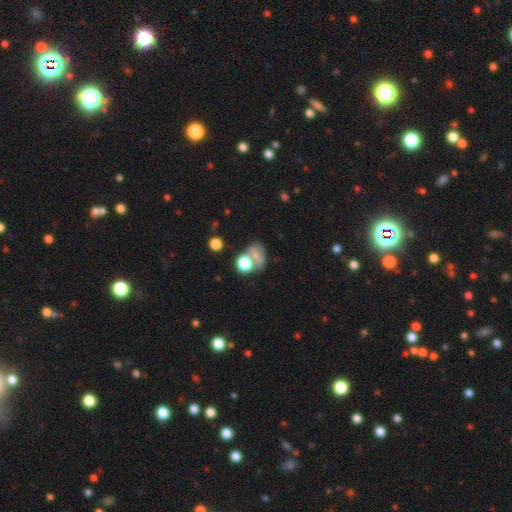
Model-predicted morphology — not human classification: Q: Smooth or featured?
A: smooth (62%); runner-up: featured or disk (20%)
Q: How rounded?
A: in between (60%); runner-up: round (38%)
Q: Merging?
A: merger (36%); runner-up: none (35%)